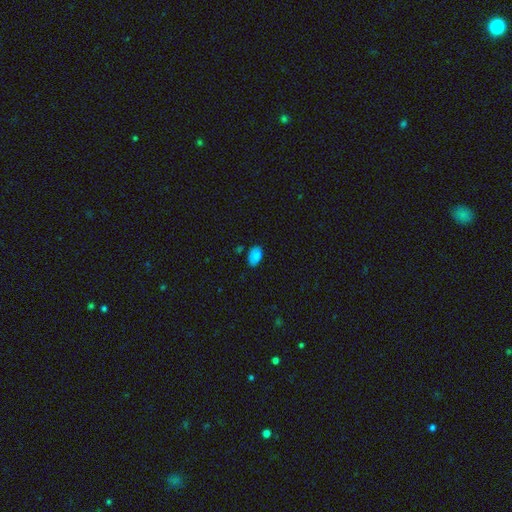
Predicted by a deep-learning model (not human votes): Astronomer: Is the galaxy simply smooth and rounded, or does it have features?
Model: smooth — 83%.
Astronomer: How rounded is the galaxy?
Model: in between — 91%.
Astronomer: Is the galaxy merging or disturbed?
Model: none — 73%.